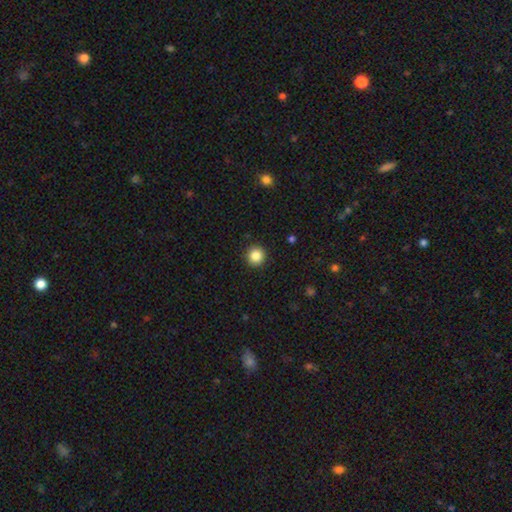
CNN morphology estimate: type=smooth (86%); roundness=round (94%); merging=none (92%).